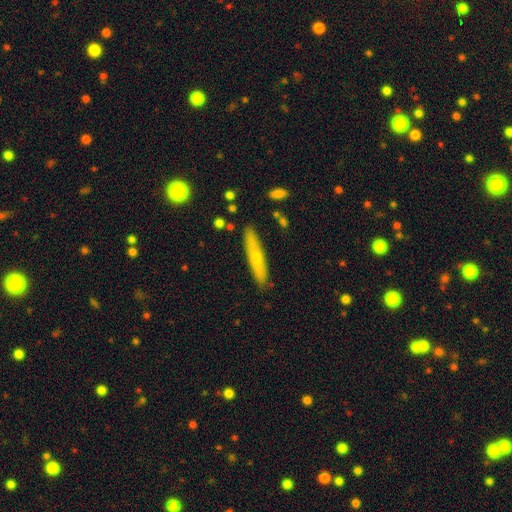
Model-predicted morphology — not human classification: Overall: smooth (60%; featured or disk 34%). How rounded: cigar-shaped (90%). Merging: none (87%).